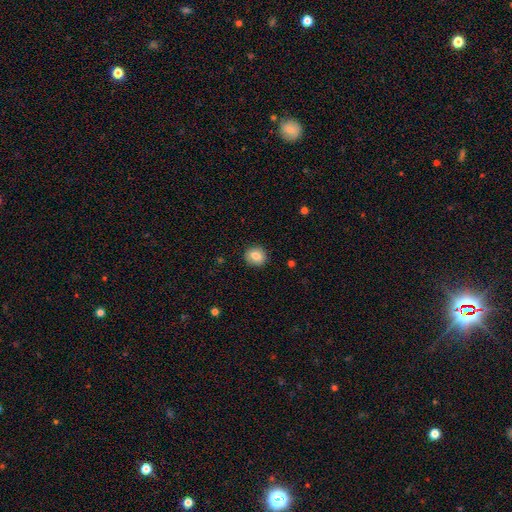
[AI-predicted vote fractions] The model was most divided on "how rounded": round: 77%, in between: 22%, cigar-shaped: 1%. More confident: merging — none (89%); smooth or featured — smooth (82%).